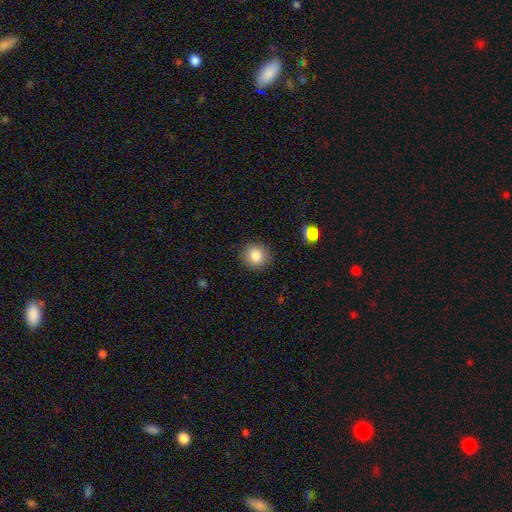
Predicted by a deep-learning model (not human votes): Smooth or featured?
  - smooth: 83% *
  - star or artifact: 10%
  - featured or disk: 6%
How rounded?
  - round: 88% *
  - in between: 11%
  - cigar-shaped: 1%
Merging?
  - none: 89% *
  - minor disturbance: 7%
  - major disturbance: 2%
  - merger: 1%